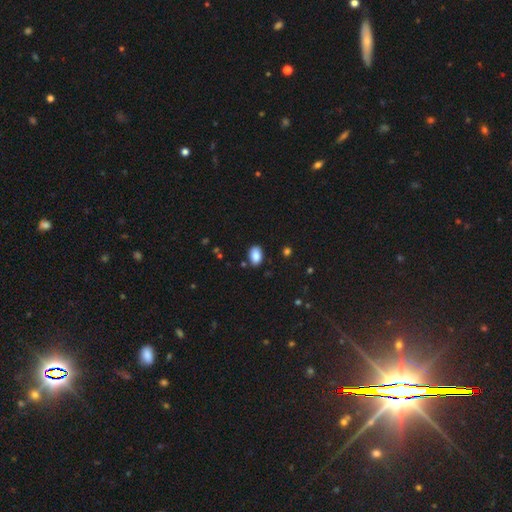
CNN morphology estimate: Smooth or featured? smooth (88%)
How rounded? in between (90%)
Merging? none (85%)